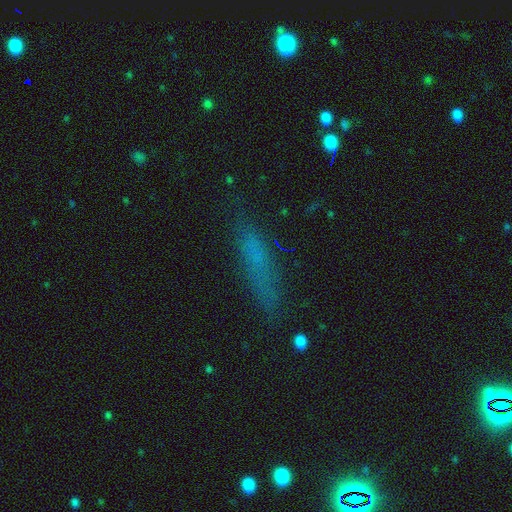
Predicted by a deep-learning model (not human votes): Morphology: type=smooth (61%); roundness=cigar-shaped (79%); merging=none (74%).